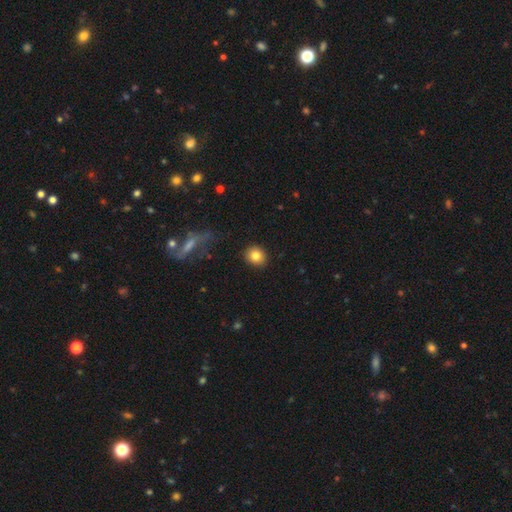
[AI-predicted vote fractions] A smooth galaxy with no disk features (82%) that is round (80%). Merging: none (90%).